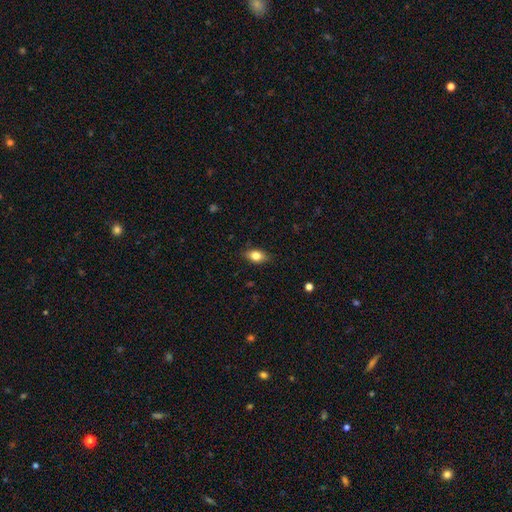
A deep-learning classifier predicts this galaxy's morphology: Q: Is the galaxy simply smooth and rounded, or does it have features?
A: smooth — 79%.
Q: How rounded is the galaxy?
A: in between — 83%.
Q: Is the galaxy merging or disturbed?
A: none — 83%.